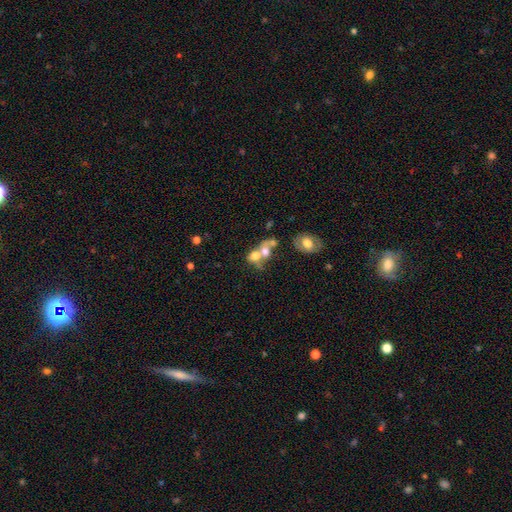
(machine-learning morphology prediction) Smooth or featured: smooth — 62% (featured or disk — 27%)
How rounded: in between — 53% (round — 45%)
Merging: merger — 66% (none — 18%)